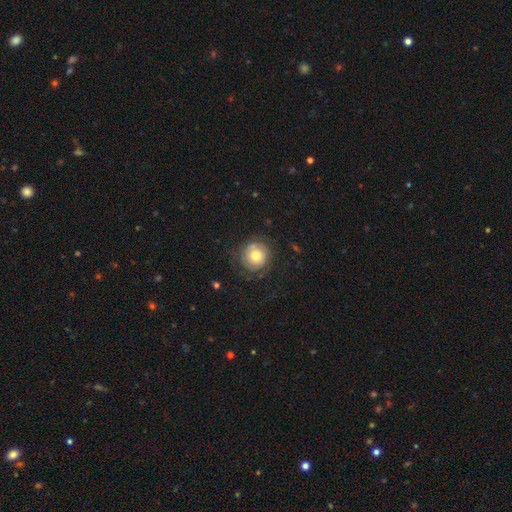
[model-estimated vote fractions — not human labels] smooth-or-featured: smooth: 48% | featured or disk: 43% | star or artifact: 9%
  merging: none: 71% | minor disturbance: 16% | major disturbance: 11% | merger: 2%